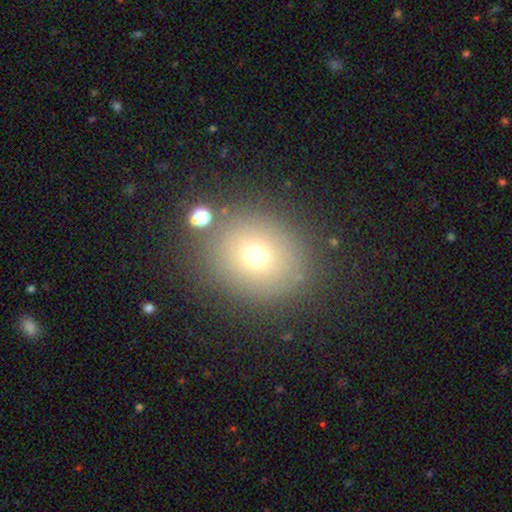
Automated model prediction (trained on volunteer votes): This is likely a smooth galaxy (69%). How rounded: likely round (69%). Merging: clearly none (83%).